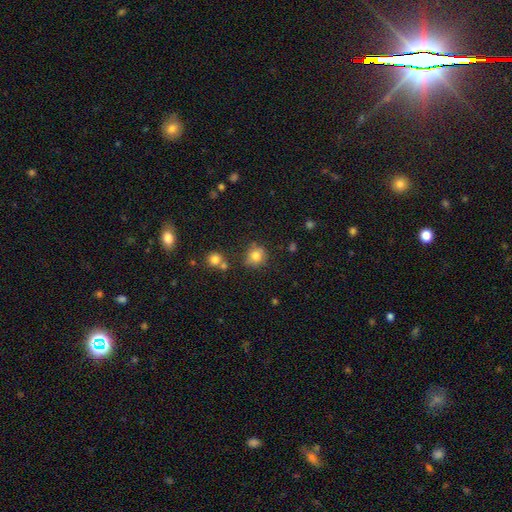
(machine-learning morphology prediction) This is likely a smooth galaxy (80%). How rounded: clearly round (84%). Merging: likely none (74%).